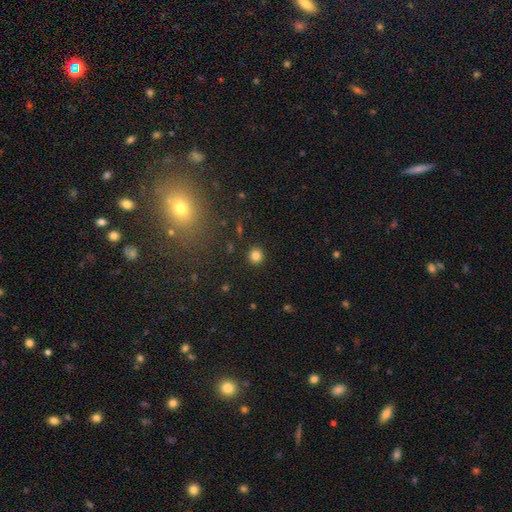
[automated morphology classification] smooth_or_featured: smooth (p=0.82) [alt: star or artifact p=0.13]
how_rounded: round (p=0.94) [alt: in between p=0.05]
merging: none (p=0.92) [alt: minor disturbance p=0.05]